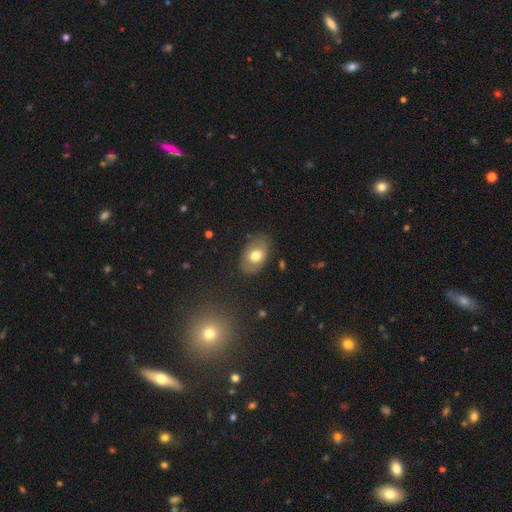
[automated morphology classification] Q: Smooth or featured?
A: smooth (69%); runner-up: featured or disk (23%)
Q: How rounded?
A: in between (86%); runner-up: round (13%)
Q: Merging?
A: none (81%); runner-up: minor disturbance (14%)